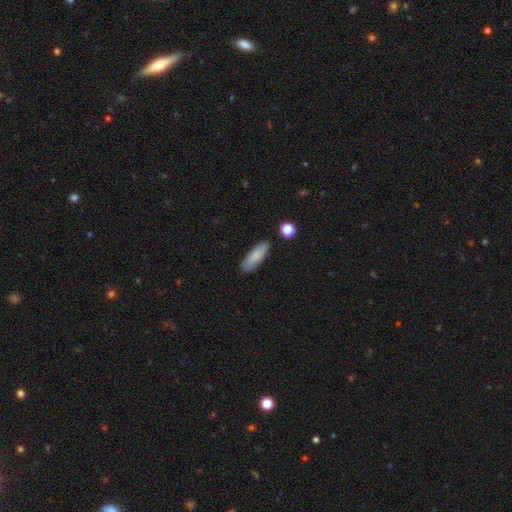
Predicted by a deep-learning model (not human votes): Smooth or featured?
  - smooth: 84% *
  - featured or disk: 10%
  - star or artifact: 7%
How rounded?
  - in between: 54% *
  - cigar-shaped: 44%
  - round: 2%
Merging?
  - none: 85% *
  - minor disturbance: 11%
  - merger: 2%
  - major disturbance: 2%